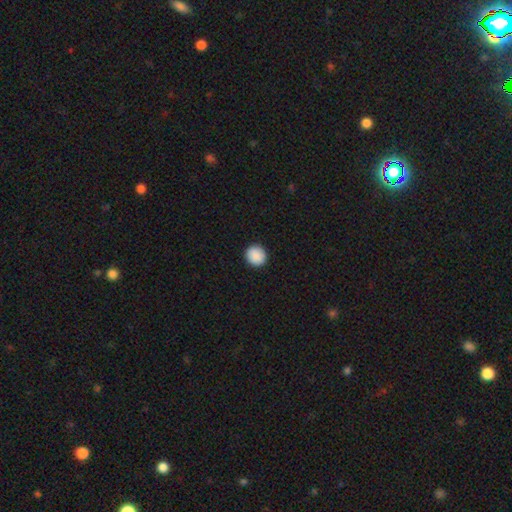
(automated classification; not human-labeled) This is clearly a smooth galaxy (90%). How rounded: clearly round (90%). Merging: clearly none (92%).